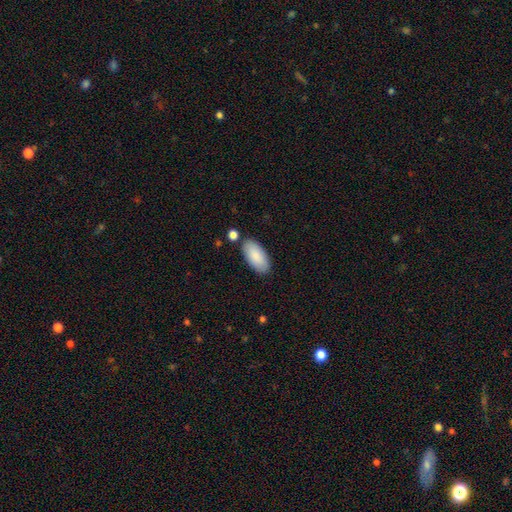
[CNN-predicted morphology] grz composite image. It shows a smooth galaxy with no disk features (88%) that is in between round and cigar-shaped (94%). Merging: none (83%).